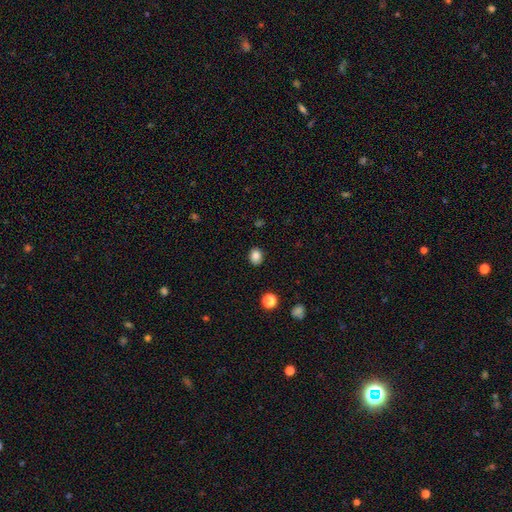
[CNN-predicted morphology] Smooth or featured? smooth (84%)
How rounded? round (54%)
Merging? none (88%)